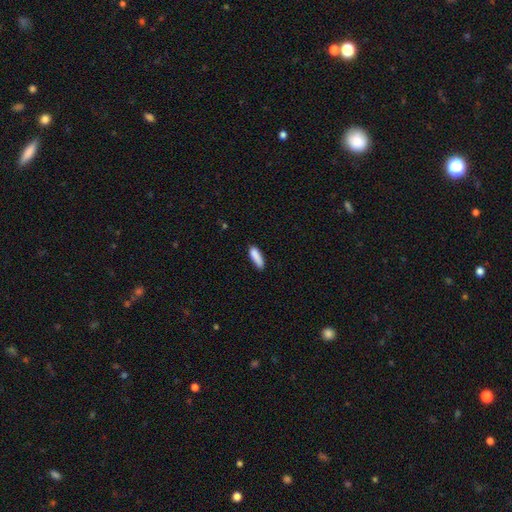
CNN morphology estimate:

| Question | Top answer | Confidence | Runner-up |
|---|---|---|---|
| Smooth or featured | smooth | 86% | star or artifact (7%) |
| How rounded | cigar-shaped | 60% | in between (38%) |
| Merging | none | 71% | minor disturbance (22%) |